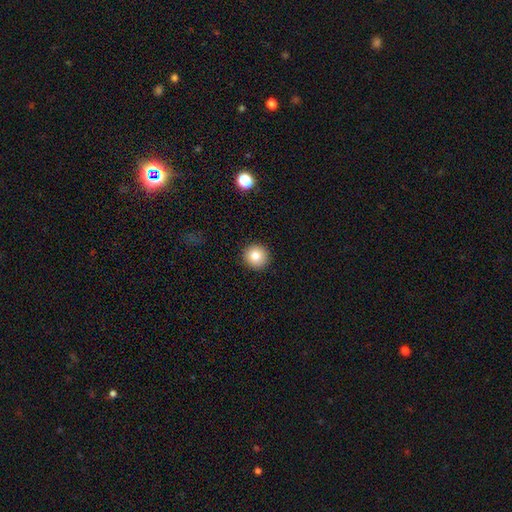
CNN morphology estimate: The model was most divided on "smooth or featured": smooth: 82%, star or artifact: 10%, featured or disk: 8%. More confident: how rounded — round (95%); merging — none (92%).